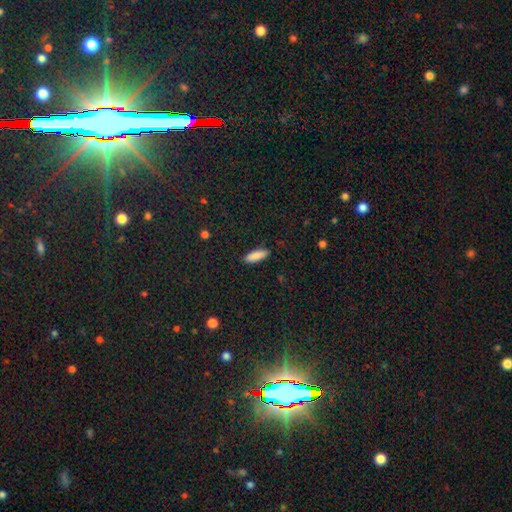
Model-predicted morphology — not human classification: type=smooth (88%); roundness=in between (53%); merging=none (90%).